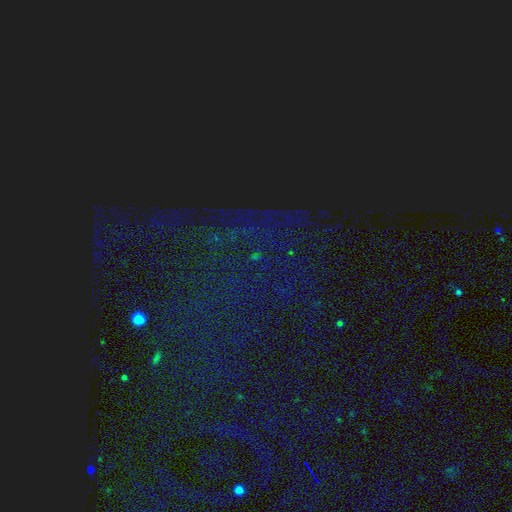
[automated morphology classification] Q: Smooth or featured?
A: star or artifact (86%); runner-up: smooth (8%)